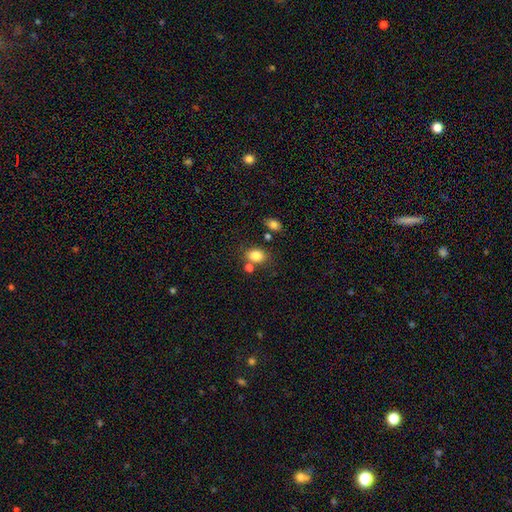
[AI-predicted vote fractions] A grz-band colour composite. It shows a smooth galaxy with no disk features (83%) that is in between round and cigar-shaped (63%). Merging: none (68%).